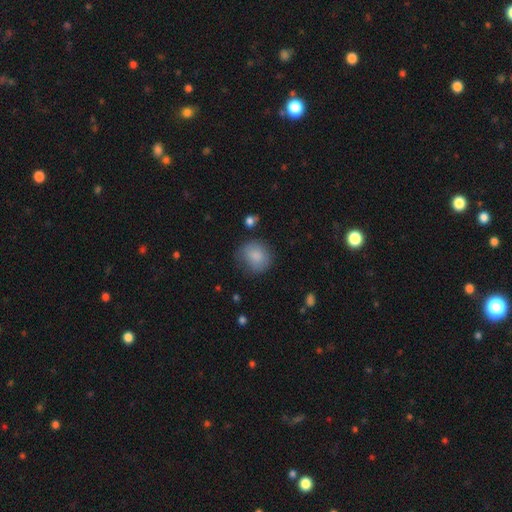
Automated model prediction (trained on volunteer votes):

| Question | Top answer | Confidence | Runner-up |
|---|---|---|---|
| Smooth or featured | smooth | 84% | featured or disk (9%) |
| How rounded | round | 80% | in between (19%) |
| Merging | none | 68% | minor disturbance (23%) |